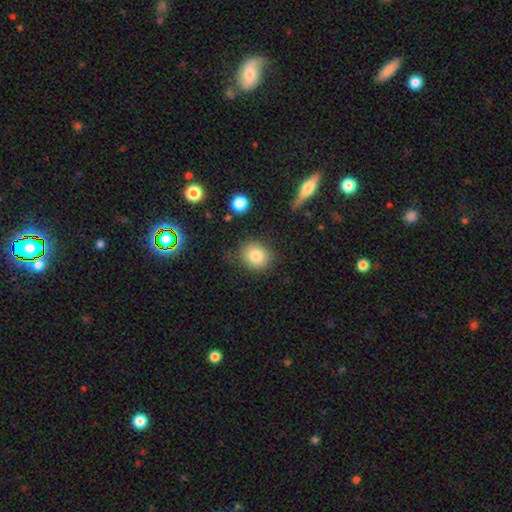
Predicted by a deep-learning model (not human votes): Smooth or featured? smooth (82%)
How rounded? round (75%)
Merging? none (80%)